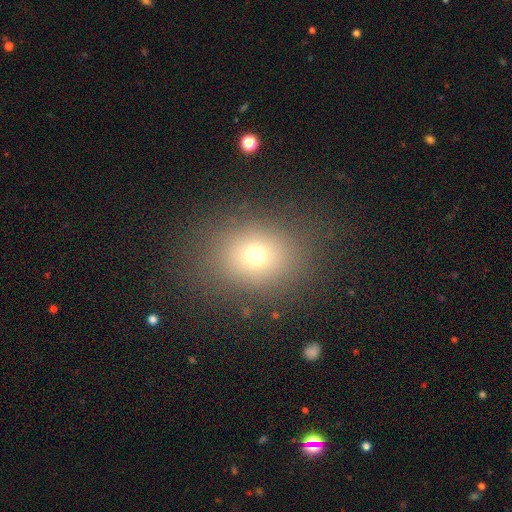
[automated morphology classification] Overall: smooth (70%). How rounded: round (57%; in between 42%). Merging: none (82%).